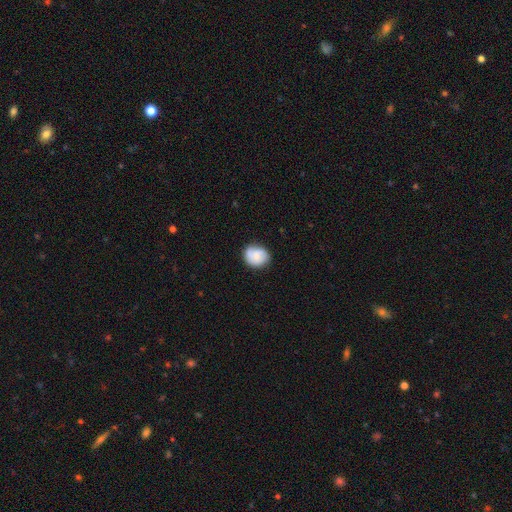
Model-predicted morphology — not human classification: smooth 63%, featured or disk 29%, star or artifact 8%. Down the decision tree: how rounded — round (69%); merging — none (73%).